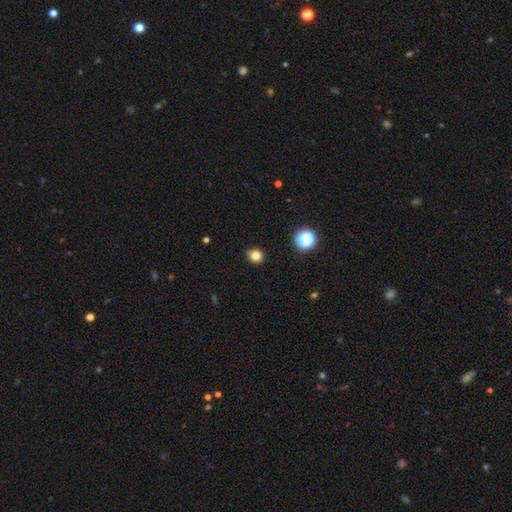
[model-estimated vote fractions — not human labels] Smooth or featured? Predicted: smooth (p=0.81). How rounded? Predicted: round (p=0.81). Merging? Predicted: none (p=0.87).